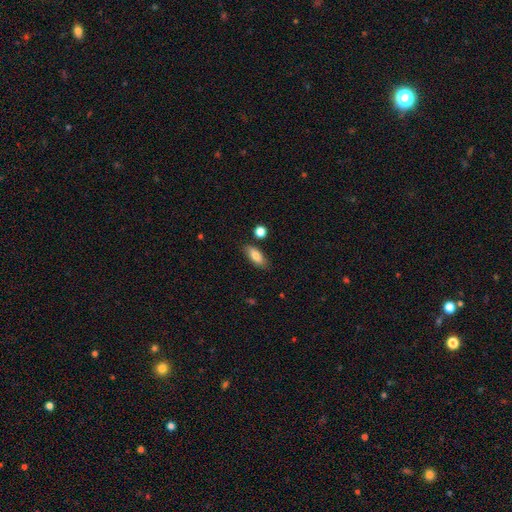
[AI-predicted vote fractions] smooth 77%, featured or disk 15%, star or artifact 7%. Down the decision tree: how rounded — in between (79%); merging — none (80%).